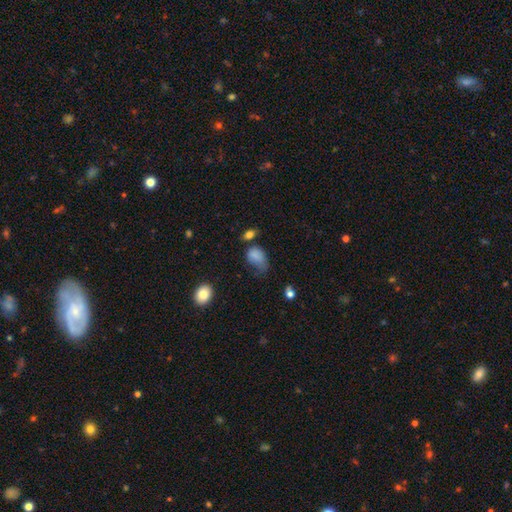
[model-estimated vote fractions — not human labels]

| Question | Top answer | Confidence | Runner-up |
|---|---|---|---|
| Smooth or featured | smooth | 81% | star or artifact (10%) |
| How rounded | in between | 80% | round (19%) |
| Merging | minor disturbance | 36% | major disturbance (33%) |